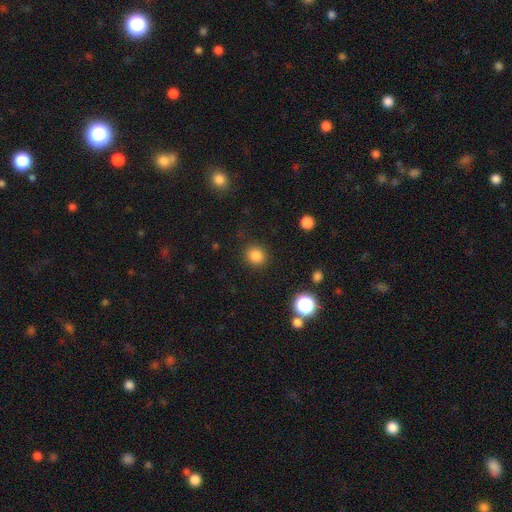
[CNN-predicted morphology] smooth_or_featured: smooth (p=0.84) [alt: star or artifact p=0.12]
how_rounded: round (p=0.91) [alt: in between p=0.08]
merging: none (p=0.90) [alt: minor disturbance p=0.06]